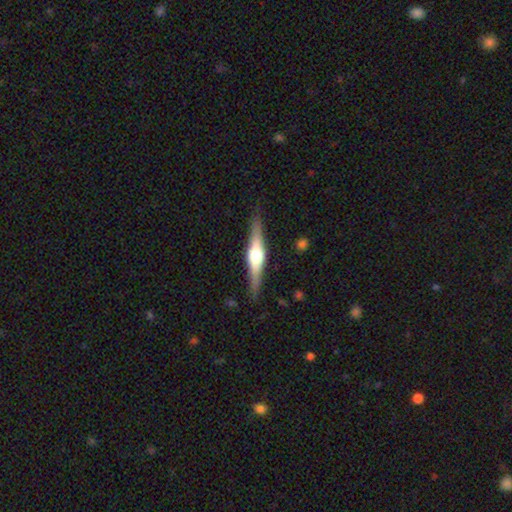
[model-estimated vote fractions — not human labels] Smooth or featured?
  - featured or disk: 70% *
  - smooth: 25%
  - star or artifact: 5%
Edge-on disk?
  - yes: 96% *
  - no: 4%
Edge-on bulge?
  - rounded: 91% *
  - boxy: 7%
  - none: 2%
Merging?
  - none: 86% *
  - minor disturbance: 10%
  - major disturbance: 2%
  - merger: 1%